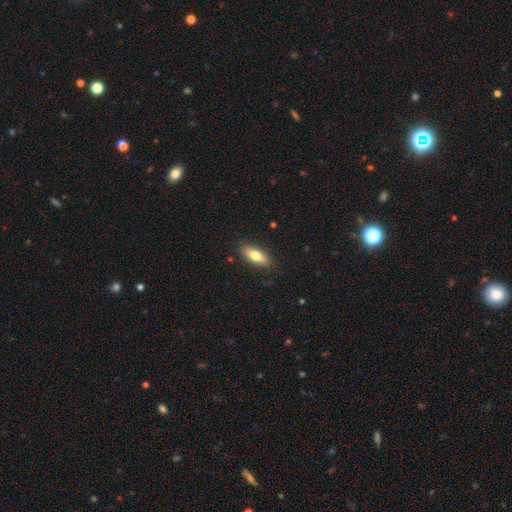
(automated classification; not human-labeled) Q: Smooth or featured?
A: smooth (75%); runner-up: featured or disk (18%)
Q: How rounded?
A: in between (67%); runner-up: cigar-shaped (31%)
Q: Merging?
A: none (85%); runner-up: minor disturbance (11%)